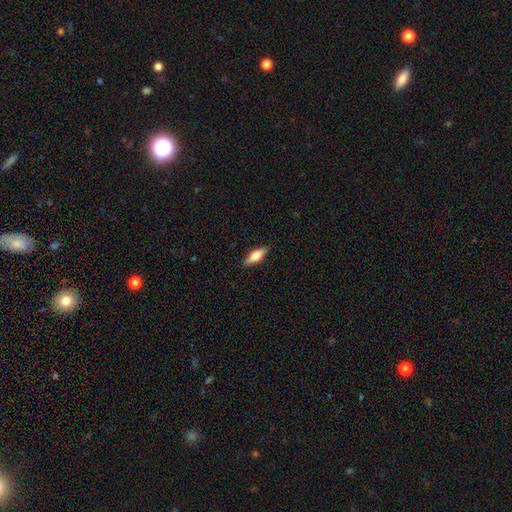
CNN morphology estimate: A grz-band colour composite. It shows a smooth galaxy with no disk features (55%) that is in between round and cigar-shaped (61%). Merging: none (87%).